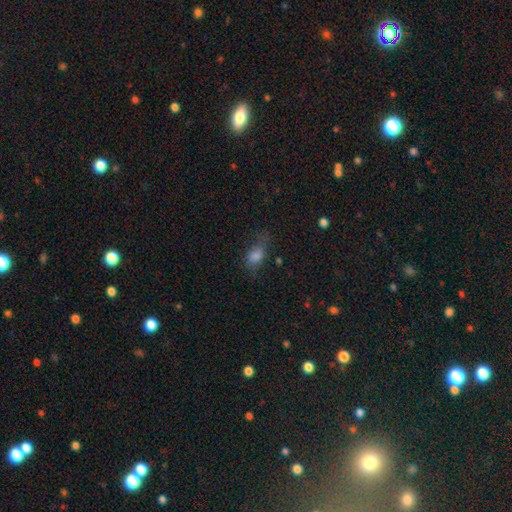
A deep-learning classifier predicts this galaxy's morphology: Smooth or featured?
  - smooth: 71% *
  - star or artifact: 15%
  - featured or disk: 14%
How rounded?
  - in between: 78% *
  - round: 14%
  - cigar-shaped: 8%
Merging?
  - none: 57% *
  - minor disturbance: 25%
  - major disturbance: 16%
  - merger: 2%